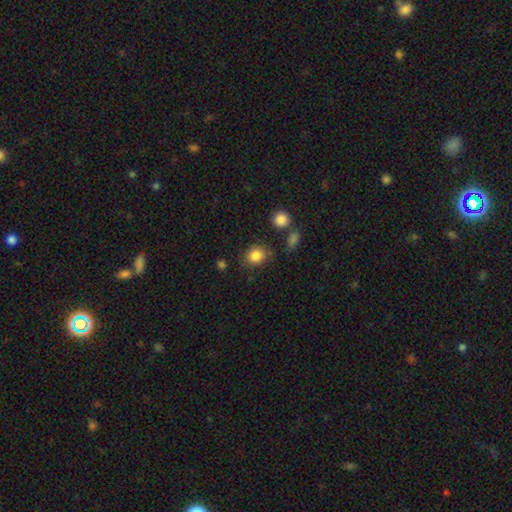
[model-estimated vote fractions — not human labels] smooth 85%, star or artifact 9%, featured or disk 6%. Down the decision tree: how rounded — round (66%); merging — none (74%).